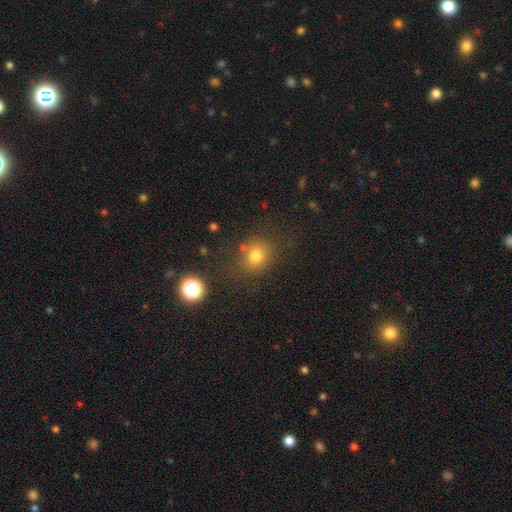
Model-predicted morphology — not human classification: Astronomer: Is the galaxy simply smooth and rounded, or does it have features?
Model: smooth — 75%.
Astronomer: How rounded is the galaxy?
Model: round — 69%.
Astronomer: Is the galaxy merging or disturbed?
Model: none — 74%.